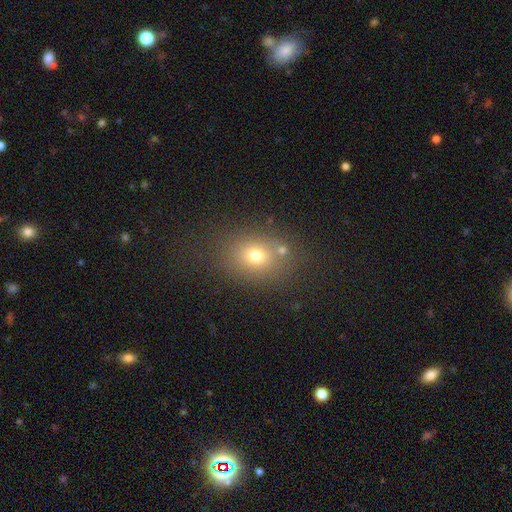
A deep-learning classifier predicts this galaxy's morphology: This appears to be a smooth galaxy with no disk features (71%) that is round (51%). Merging: none (70%).